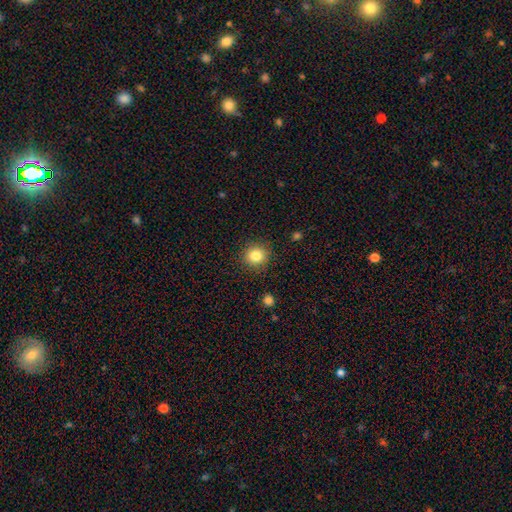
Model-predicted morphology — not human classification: smooth-or-featured: smooth: 83% | star or artifact: 11% | featured or disk: 6%
  how-rounded: round: 91% | in between: 8% | cigar-shaped: 1%
  merging: none: 90% | minor disturbance: 7% | major disturbance: 2% | merger: 1%